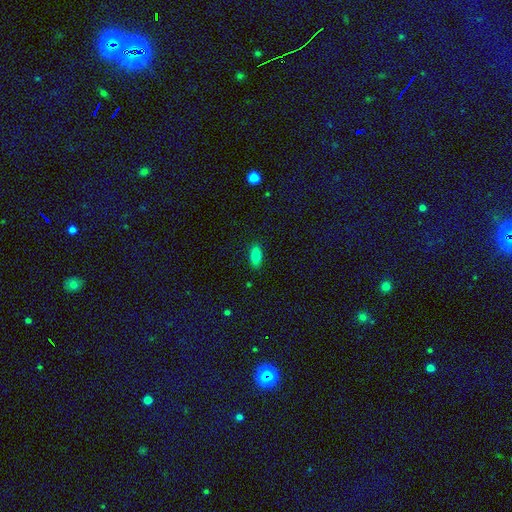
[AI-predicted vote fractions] A smooth galaxy with no disk features (82%) that is in between round and cigar-shaped (82%).

Vote fractions:
- Smooth or featured? smooth: 82% / featured or disk: 10% / star or artifact: 8%
- How rounded? in between: 82% / cigar-shaped: 15% / round: 3%
- Merging? none: 87% / minor disturbance: 10% / major disturbance: 2% / merger: 1%